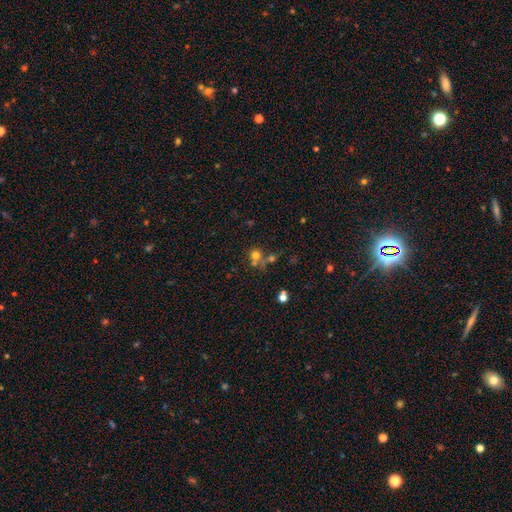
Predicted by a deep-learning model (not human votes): The model was most divided on "merging": none: 46%, merger: 40%, minor disturbance: 8%, major disturbance: 6%. More confident: how rounded — round (85%); smooth or featured — smooth (67%).